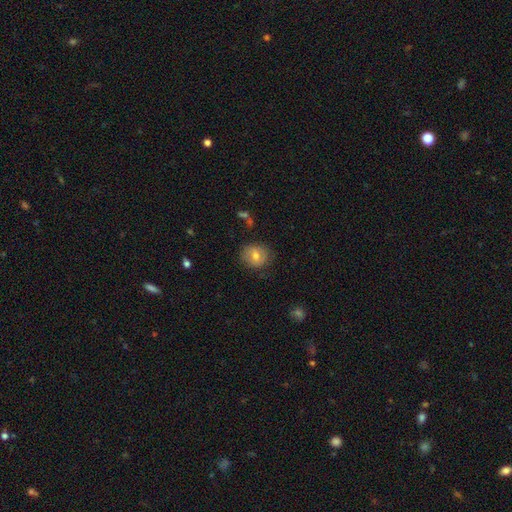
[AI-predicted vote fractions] This appears to be a smooth galaxy with no disk features (64%) that is round (73%). Merging: none (81%).